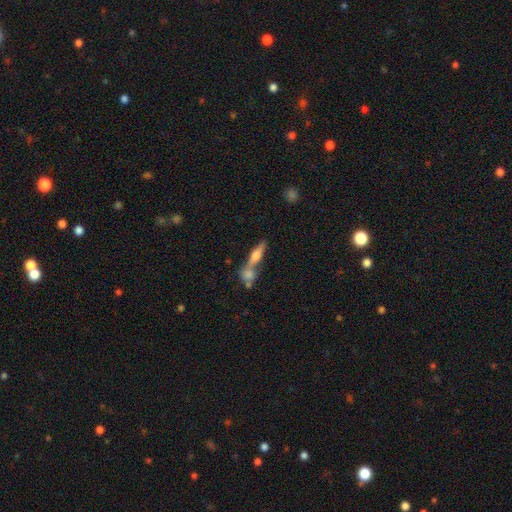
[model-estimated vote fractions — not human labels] Smooth or featured? Predicted: featured or disk (p=0.50). Edge-on disk? Predicted: yes (p=0.87). Merging? Predicted: none (p=0.45).